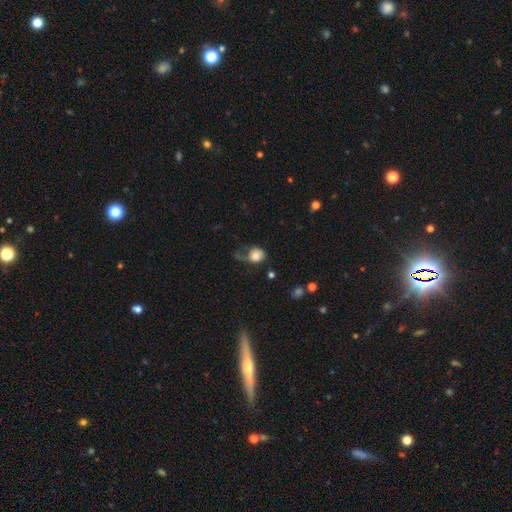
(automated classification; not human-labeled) Q: Smooth or featured?
A: smooth (78%); runner-up: featured or disk (13%)
Q: How rounded?
A: round (65%); runner-up: in between (34%)
Q: Merging?
A: major disturbance (33%); tied with: none (33%)